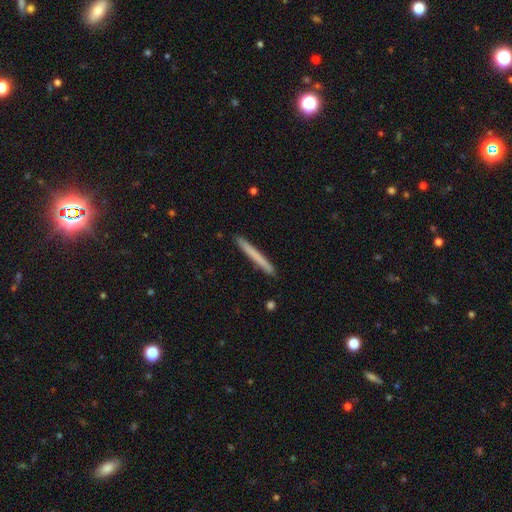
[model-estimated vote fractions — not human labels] A smooth galaxy with no disk features (68%) that is cigar-shaped (97%). Merging: none (92%).